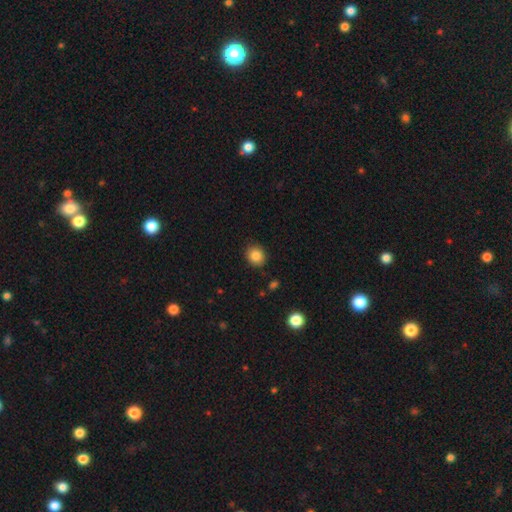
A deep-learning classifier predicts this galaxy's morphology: Smooth or featured? Predicted: smooth (p=0.85). How rounded? Predicted: round (p=0.78). Merging? Predicted: none (p=0.89).